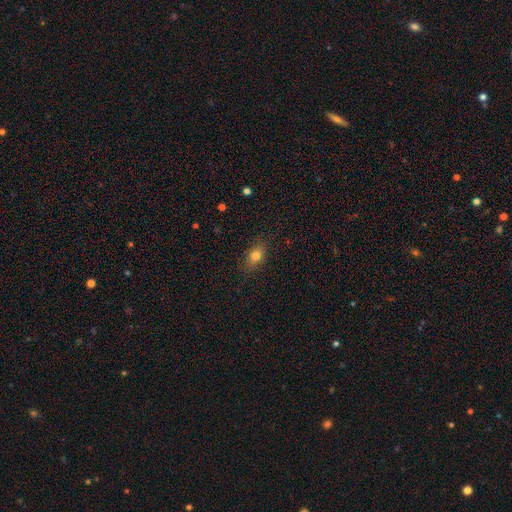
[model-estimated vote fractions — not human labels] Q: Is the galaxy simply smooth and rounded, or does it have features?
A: smooth — 79%.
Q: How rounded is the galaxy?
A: in between — 75%.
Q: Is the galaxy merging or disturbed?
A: none — 84%.